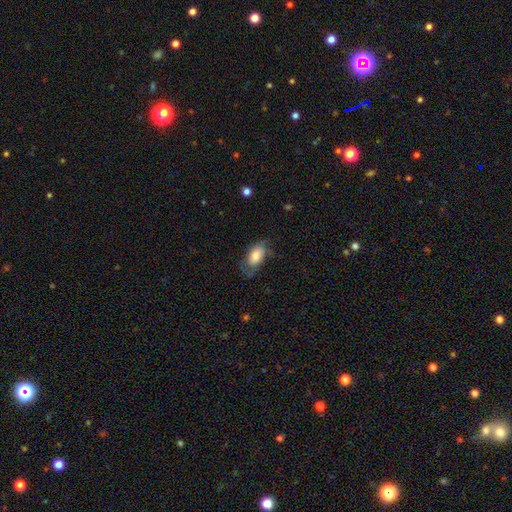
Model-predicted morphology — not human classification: Smooth or featured: smooth — 69% (featured or disk — 24%)
How rounded: in between — 92% (round — 4%)
Merging: none — 54% (minor disturbance — 28%)